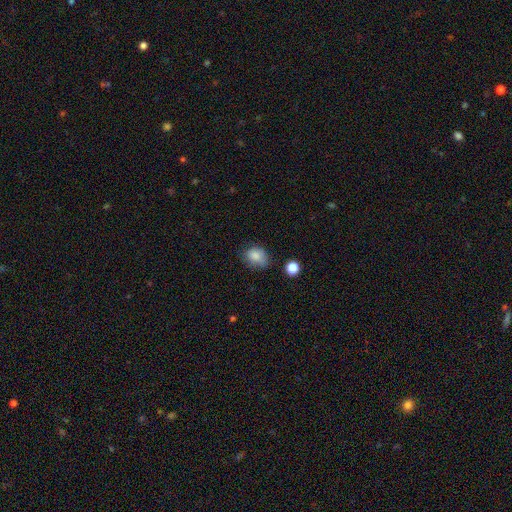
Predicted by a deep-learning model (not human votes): Smooth or featured? smooth (83%)
How rounded? in between (63%)
Merging? none (57%)